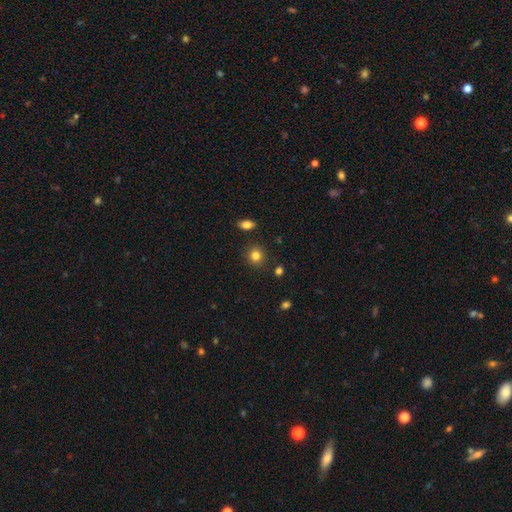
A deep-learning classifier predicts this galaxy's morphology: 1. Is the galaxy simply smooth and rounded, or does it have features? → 83% smooth, 11% star or artifact, 5% featured or disk.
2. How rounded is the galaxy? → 85% round, 14% in between, 1% cigar-shaped.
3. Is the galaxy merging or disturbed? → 88% none, 7% minor disturbance, 3% merger, 2% major disturbance.